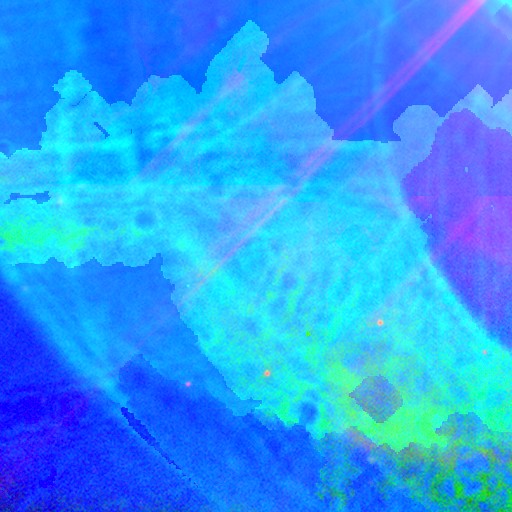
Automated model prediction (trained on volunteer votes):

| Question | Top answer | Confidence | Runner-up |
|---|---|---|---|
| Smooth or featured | star or artifact | 84% | featured or disk (9%) |